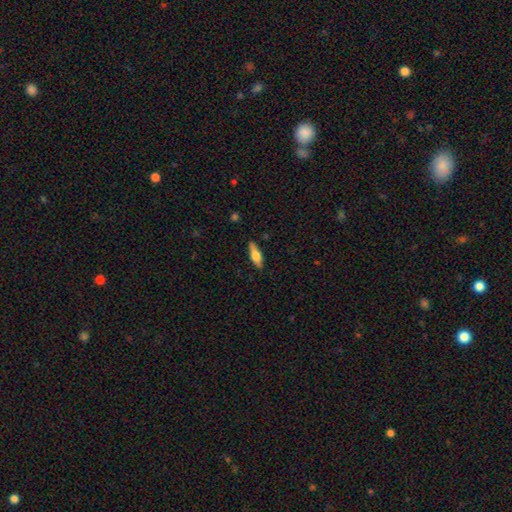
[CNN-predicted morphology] Overall: smooth (53%; featured or disk 41%). How rounded: in between (51%; cigar-shaped 47%). Merging: none (87%).